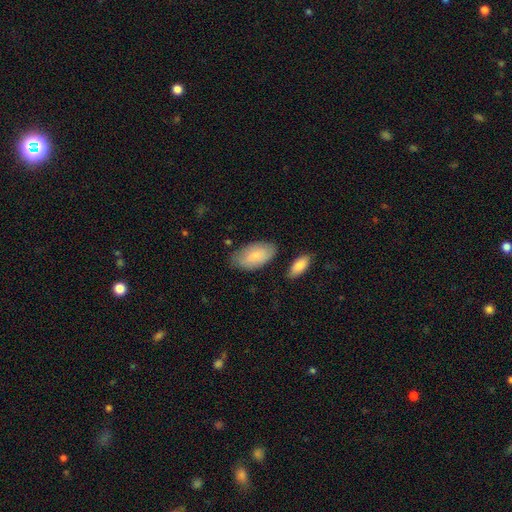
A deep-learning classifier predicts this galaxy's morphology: Smooth or featured? smooth (78%)
How rounded? in between (95%)
Merging? none (72%)